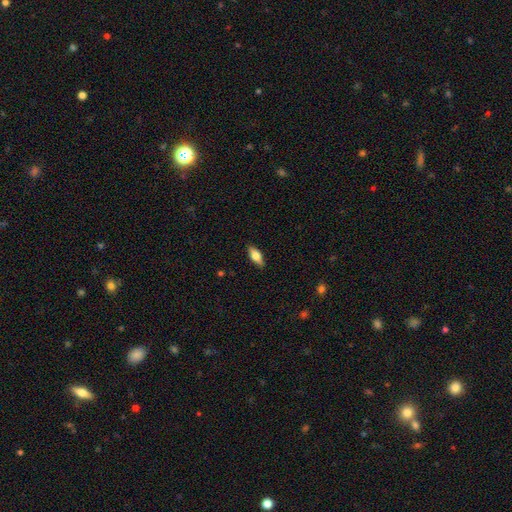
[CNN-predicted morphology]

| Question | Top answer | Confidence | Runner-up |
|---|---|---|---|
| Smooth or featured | smooth | 63% | featured or disk (30%) |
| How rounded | in between | 73% | cigar-shaped (23%) |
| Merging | none | 88% | minor disturbance (9%) |